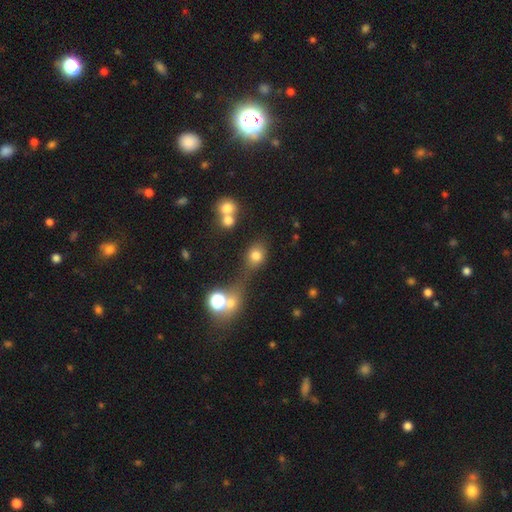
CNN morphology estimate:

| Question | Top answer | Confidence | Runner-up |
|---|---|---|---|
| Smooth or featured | smooth | 75% | star or artifact (15%) |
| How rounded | round | 55% | in between (43%) |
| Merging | none | 51% | merger (23%) |